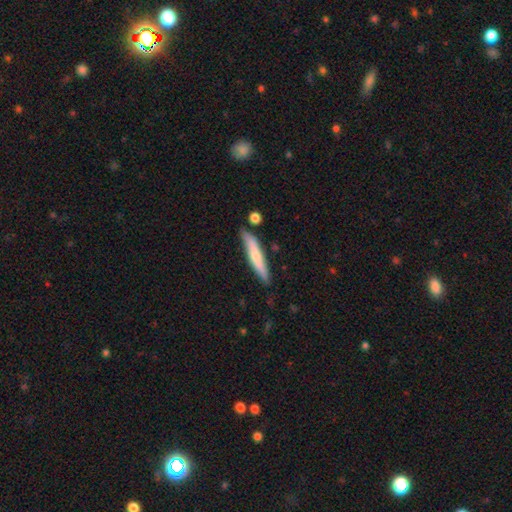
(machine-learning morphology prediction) smooth_or_featured: smooth (p=0.64) [alt: featured or disk p=0.31]
how_rounded: cigar-shaped (p=0.91) [alt: in between p=0.08]
merging: none (p=0.79) [alt: minor disturbance p=0.14]